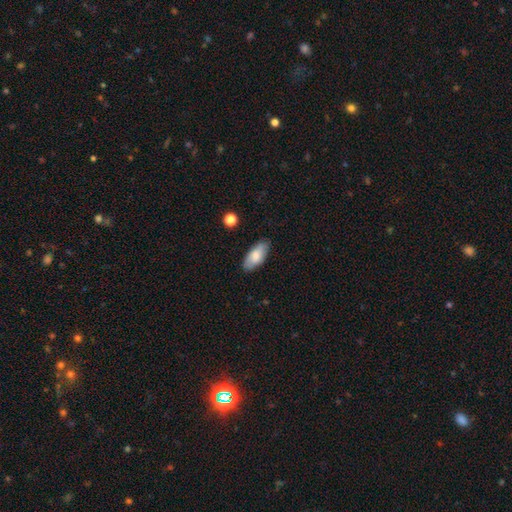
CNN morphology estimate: This is likely a smooth galaxy (78%). How rounded: clearly in between (88%). Merging: clearly none (83%).